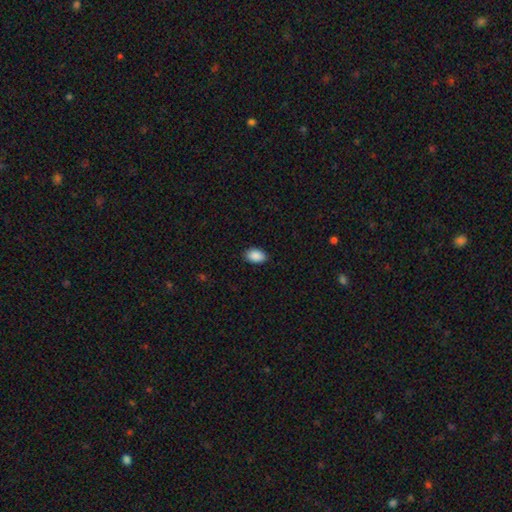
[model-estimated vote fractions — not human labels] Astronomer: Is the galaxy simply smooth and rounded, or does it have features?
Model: smooth — 90%.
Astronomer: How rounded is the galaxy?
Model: in between — 90%.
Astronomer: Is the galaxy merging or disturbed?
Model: none — 87%.